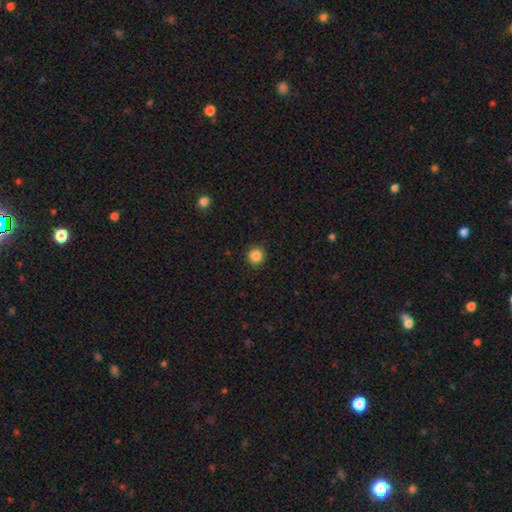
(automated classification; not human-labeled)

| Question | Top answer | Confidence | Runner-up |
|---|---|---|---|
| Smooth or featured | smooth | 87% | star or artifact (10%) |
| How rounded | round | 94% | in between (5%) |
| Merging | none | 92% | minor disturbance (6%) |